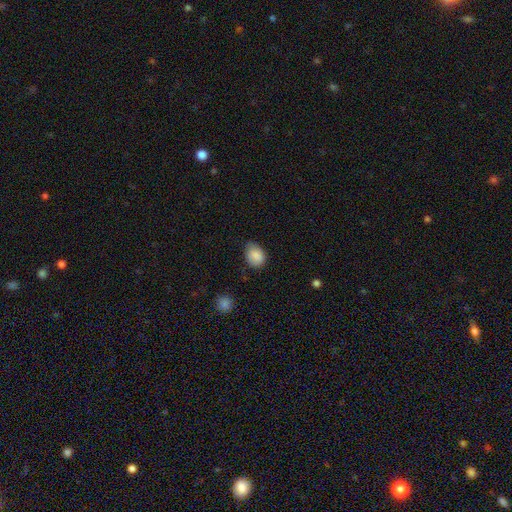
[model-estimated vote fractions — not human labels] Q: Smooth or featured?
A: smooth (86%); runner-up: star or artifact (8%)
Q: How rounded?
A: in between (64%); runner-up: round (35%)
Q: Merging?
A: none (58%); runner-up: minor disturbance (35%)